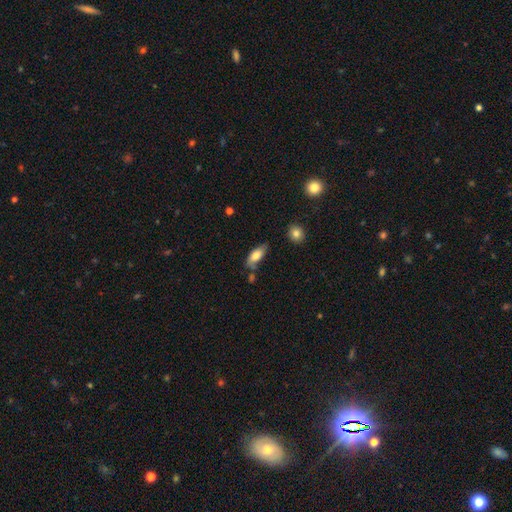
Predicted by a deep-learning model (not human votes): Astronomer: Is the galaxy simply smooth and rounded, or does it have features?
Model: smooth — 76%.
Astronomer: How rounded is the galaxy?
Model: in between — 84%.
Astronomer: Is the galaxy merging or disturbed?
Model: none — 56%.